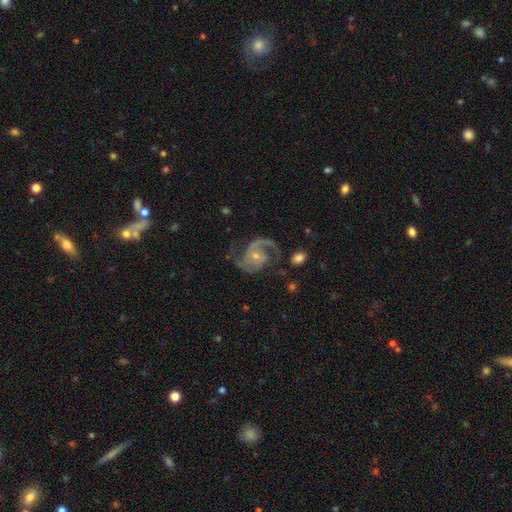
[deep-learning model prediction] Smooth or featured? Predicted: featured or disk (p=0.91). Edge-on disk? Predicted: no (p=0.98). Bar? Predicted: no (p=0.64). Spiral arms? Predicted: yes (p=0.98). Spiral winding? Predicted: medium (p=0.57). Spiral arm count? Predicted: 2 (p=0.88). Bulge size? Predicted: small (p=0.66). Merging? Predicted: none (p=0.72).